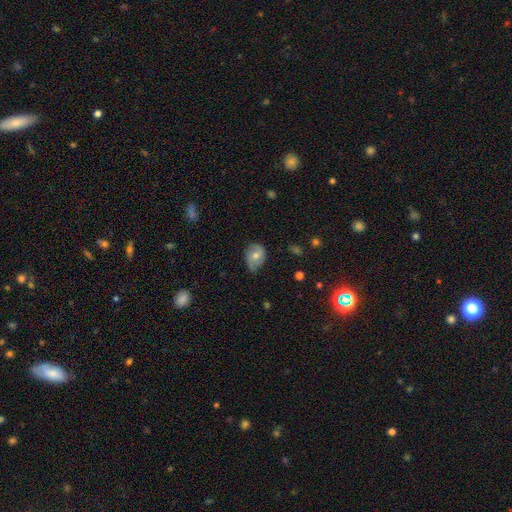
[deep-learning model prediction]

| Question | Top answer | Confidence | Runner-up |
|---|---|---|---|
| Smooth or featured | smooth | 61% | featured or disk (32%) |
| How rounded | in between | 66% | round (33%) |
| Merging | none | 56% | minor disturbance (35%) |